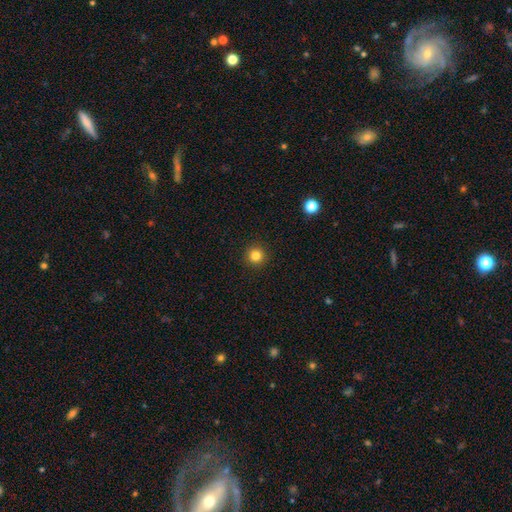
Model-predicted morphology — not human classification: Q: Smooth or featured?
A: smooth (83%); runner-up: star or artifact (13%)
Q: How rounded?
A: round (96%); runner-up: in between (3%)
Q: Merging?
A: none (94%); runner-up: minor disturbance (4%)